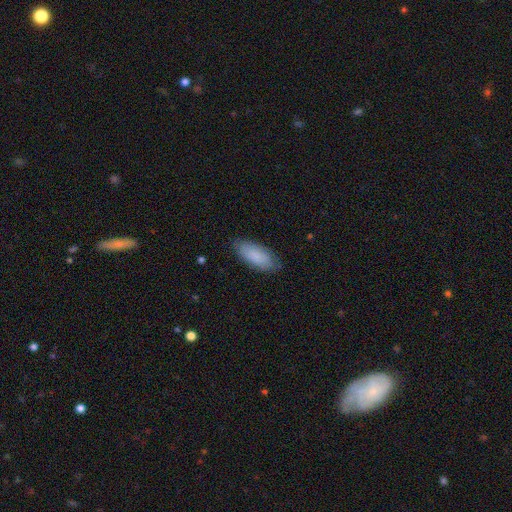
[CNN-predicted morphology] Smooth or featured? Predicted: smooth (p=0.87). How rounded? Predicted: in between (p=0.83). Merging? Predicted: none (p=0.83).